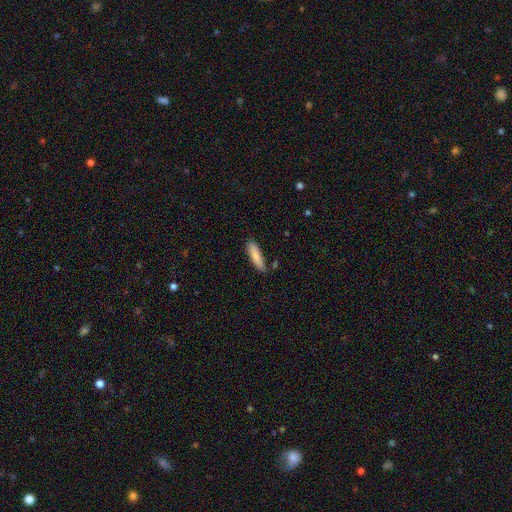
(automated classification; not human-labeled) The model was most divided on "how rounded": cigar-shaped: 68%, in between: 30%, round: 2%. More confident: smooth or featured — smooth (84%); merging — none (76%).